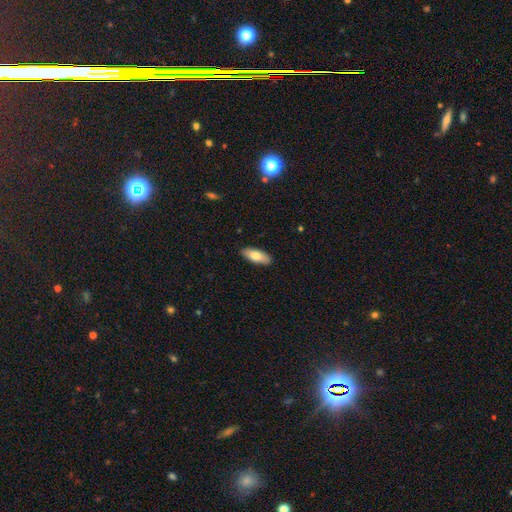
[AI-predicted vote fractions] Smooth or featured? Predicted: smooth (p=0.77). How rounded? Predicted: in between (p=0.77). Merging? Predicted: none (p=0.89).